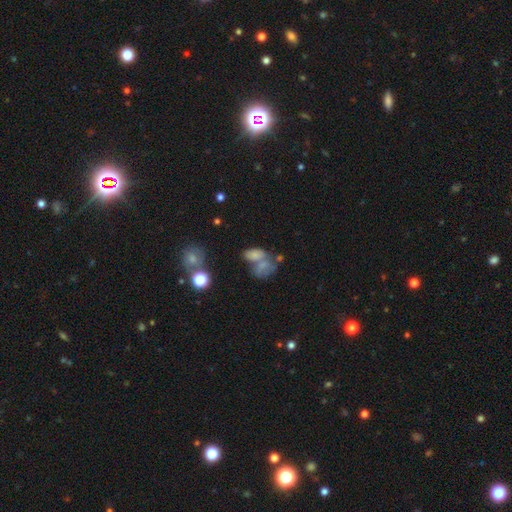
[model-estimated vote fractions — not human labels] Q: Smooth or featured?
A: smooth (65%); runner-up: featured or disk (21%)
Q: How rounded?
A: in between (83%); runner-up: round (15%)
Q: Merging?
A: merger (53%); runner-up: none (24%)